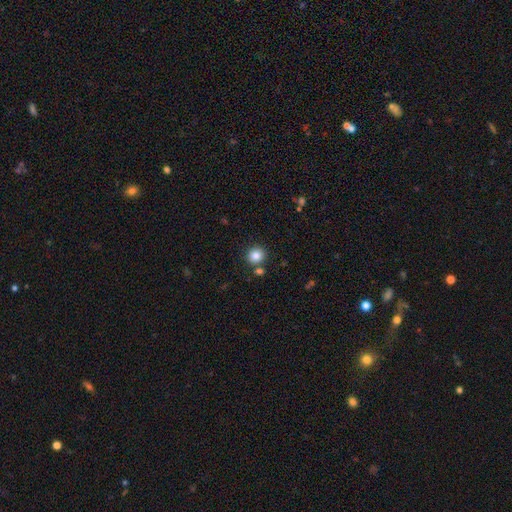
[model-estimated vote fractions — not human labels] Morphology: type=smooth (85%); roundness=round (86%); merging=none (81%).